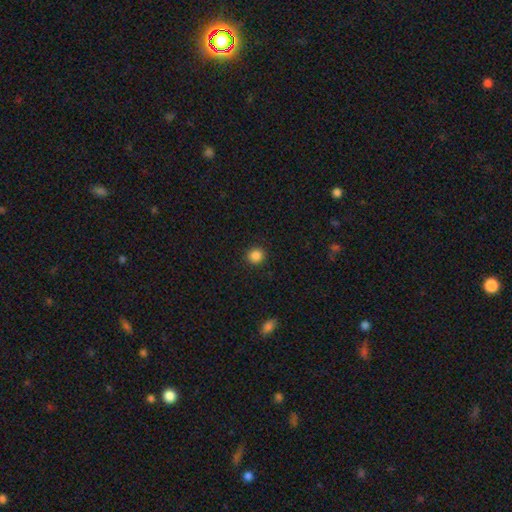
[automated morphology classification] smooth-or-featured: smooth: 86% | star or artifact: 11% | featured or disk: 3%
  how-rounded: round: 92% | in between: 7% | cigar-shaped: 1%
  merging: none: 92% | minor disturbance: 5% | major disturbance: 2% | merger: 1%